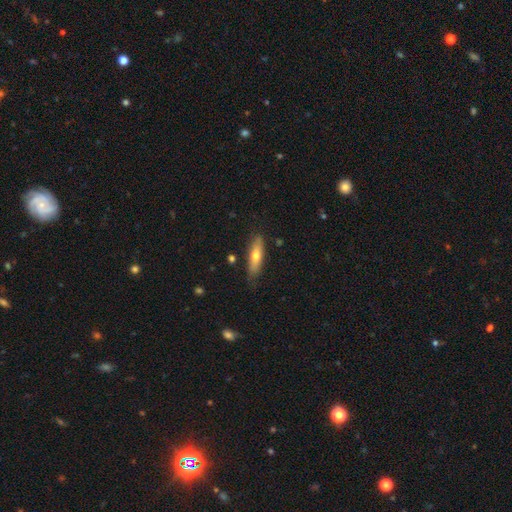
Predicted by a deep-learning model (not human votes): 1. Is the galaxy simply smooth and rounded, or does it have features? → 61% smooth, 33% featured or disk, 6% star or artifact.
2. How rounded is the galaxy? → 58% cigar-shaped, 39% in between, 2% round.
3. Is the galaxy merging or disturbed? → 77% none, 17% minor disturbance, 3% major disturbance, 2% merger.